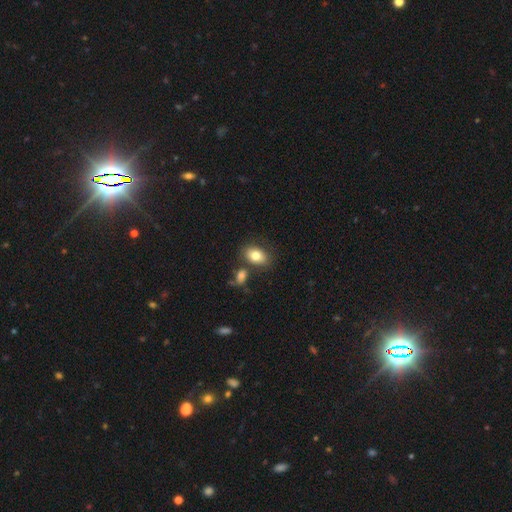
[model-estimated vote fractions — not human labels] Overall: smooth (80%). How rounded: in between (83%). Merging: none (67%).